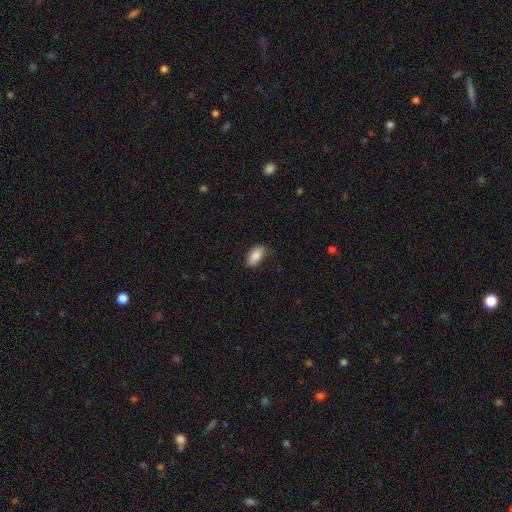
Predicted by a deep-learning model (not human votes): Smooth or featured: smooth — 83% (featured or disk — 10%)
How rounded: in between — 91% (cigar-shaped — 5%)
Merging: none — 82% (minor disturbance — 14%)